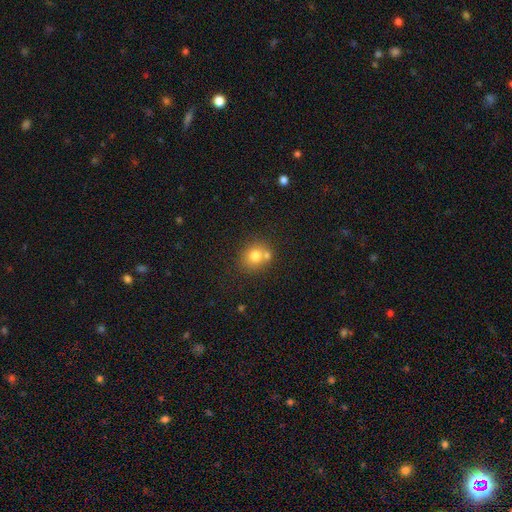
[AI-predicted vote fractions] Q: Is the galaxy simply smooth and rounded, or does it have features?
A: smooth — 76%.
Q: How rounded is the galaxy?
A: round — 78%.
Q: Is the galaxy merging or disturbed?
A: none — 56%.